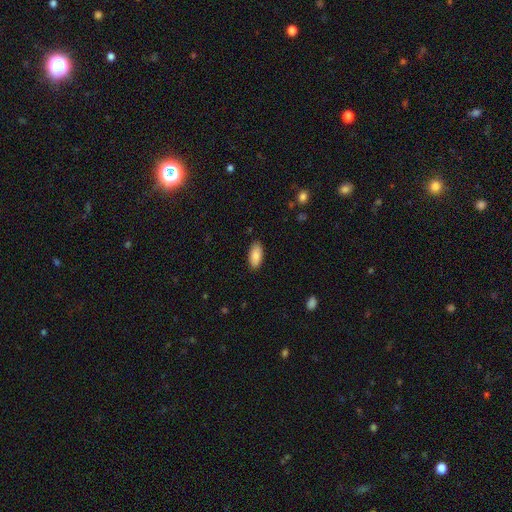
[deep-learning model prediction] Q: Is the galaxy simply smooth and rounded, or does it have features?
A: smooth — 87%.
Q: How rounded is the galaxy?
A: in between — 92%.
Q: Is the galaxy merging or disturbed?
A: none — 87%.